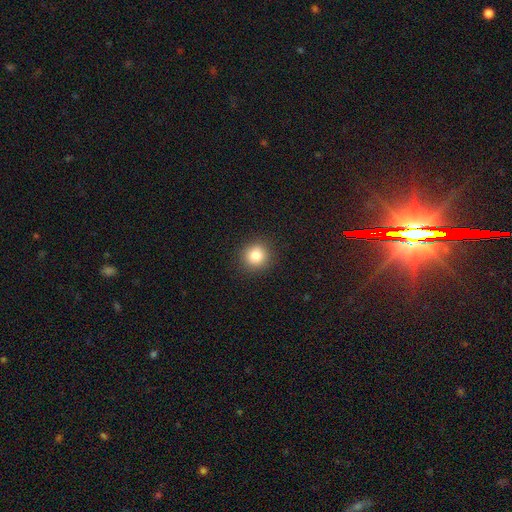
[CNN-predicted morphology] Smooth or featured: smooth — 84% (star or artifact — 11%)
How rounded: round — 91% (in between — 8%)
Merging: none — 91% (minor disturbance — 6%)